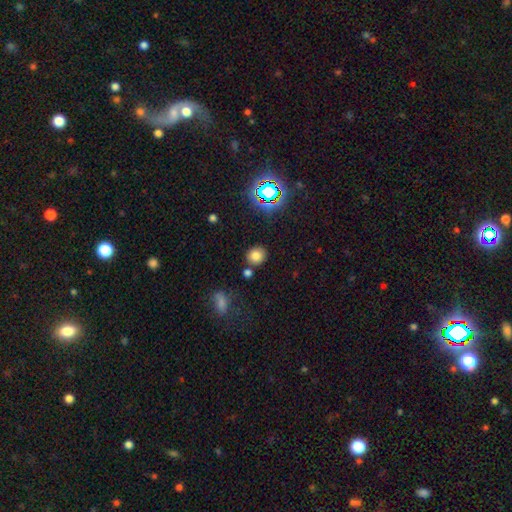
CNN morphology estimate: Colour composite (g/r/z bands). It shows a smooth galaxy with no disk features (75%) that is round (81%). Merging: none (80%).